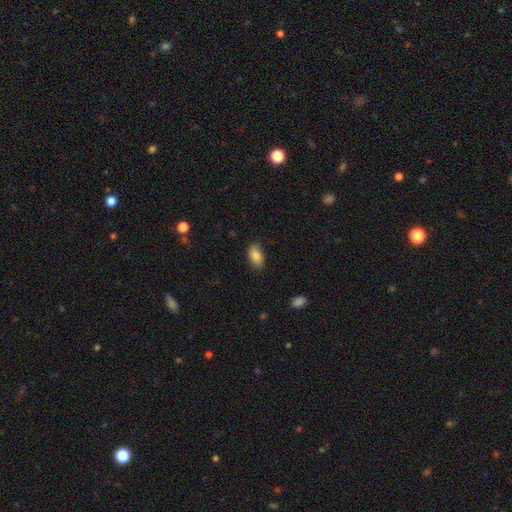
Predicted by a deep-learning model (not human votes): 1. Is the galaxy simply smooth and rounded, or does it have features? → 85% smooth, 8% featured or disk, 7% star or artifact.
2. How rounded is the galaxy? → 92% in between, 5% round, 3% cigar-shaped.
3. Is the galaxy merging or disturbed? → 83% none, 13% minor disturbance, 3% major disturbance, 1% merger.